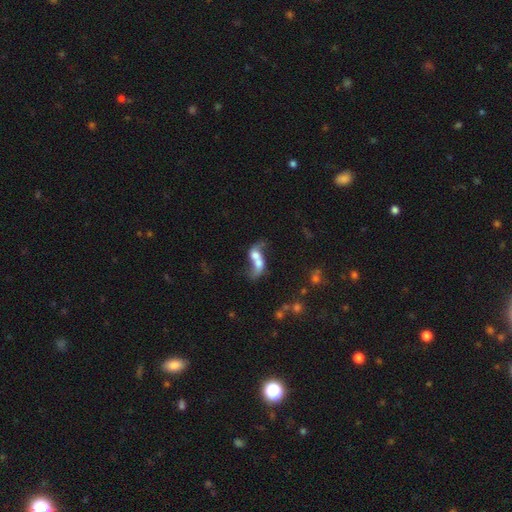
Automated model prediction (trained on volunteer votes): This appears to be a featured or disk galaxy (50%). Merging: merger (74%).